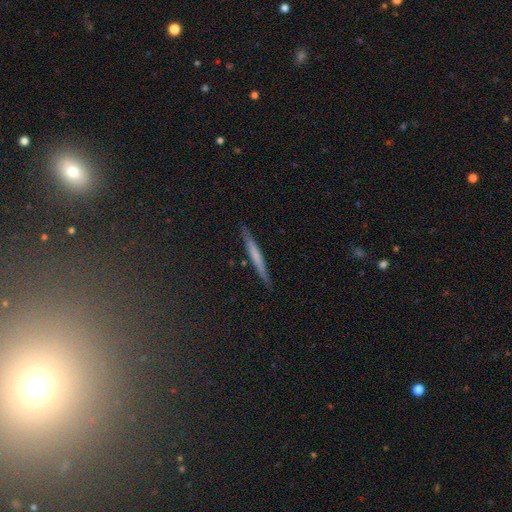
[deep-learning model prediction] Morphology: type=smooth (51%); roundness=cigar-shaped (96%); merging=none (88%).